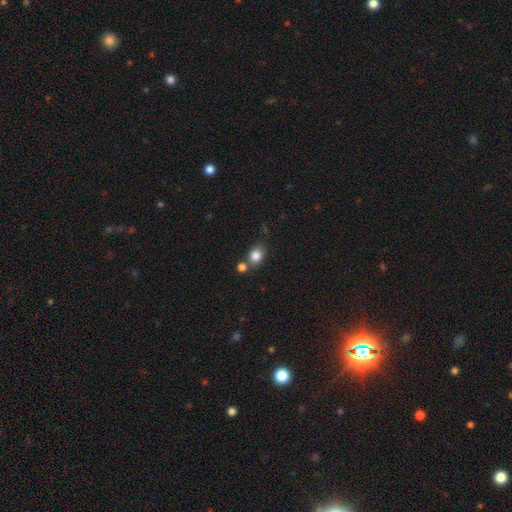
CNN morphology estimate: Smooth or featured: smooth — 83% (star or artifact — 10%)
How rounded: round — 53% (in between — 46%)
Merging: none — 61% (merger — 23%)